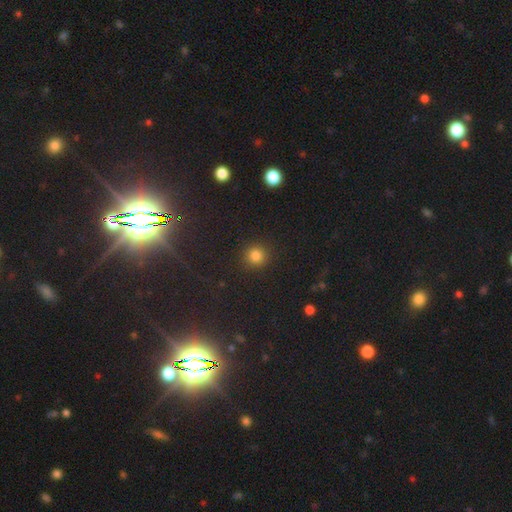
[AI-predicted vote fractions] Smooth or featured: smooth — 81% (star or artifact — 14%)
How rounded: round — 93% (in between — 6%)
Merging: none — 90% (minor disturbance — 6%)